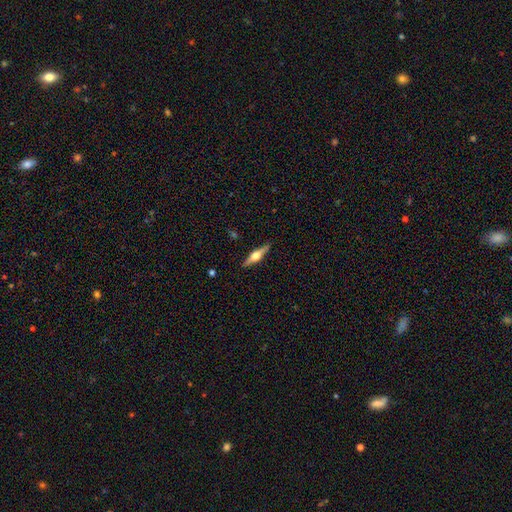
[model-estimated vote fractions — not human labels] featured or disk 74%, smooth 21%, star or artifact 6%. Down the decision tree: edge-on disk — yes (97%); edge-on bulge — rounded (94%); merging — none (89%).